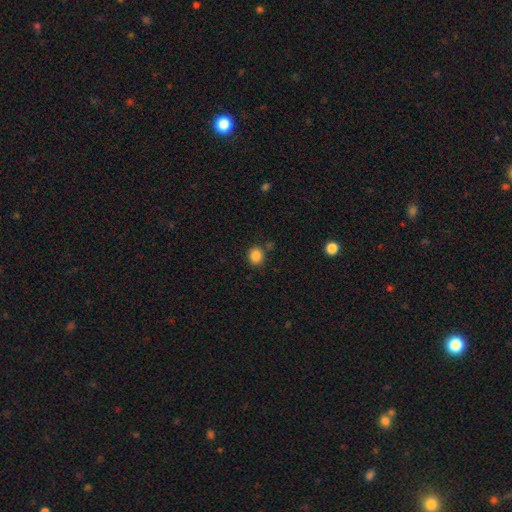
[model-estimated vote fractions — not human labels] Overall: smooth (86%). How rounded: round (75%). Merging: none (82%).